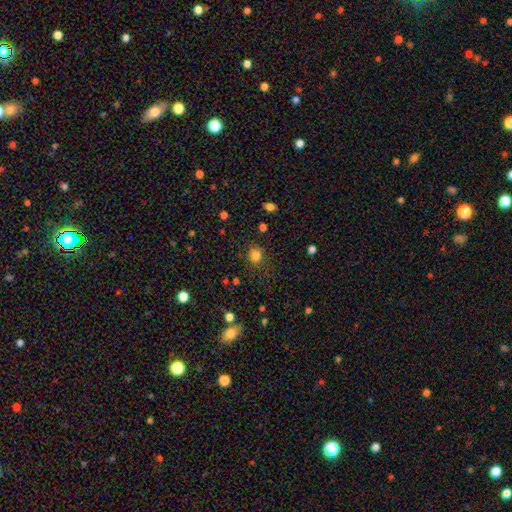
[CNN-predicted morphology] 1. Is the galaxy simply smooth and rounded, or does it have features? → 81% smooth, 14% star or artifact, 5% featured or disk.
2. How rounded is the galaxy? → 82% round, 17% in between, 1% cigar-shaped.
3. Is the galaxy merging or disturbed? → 83% none, 11% minor disturbance, 4% major disturbance, 2% merger.